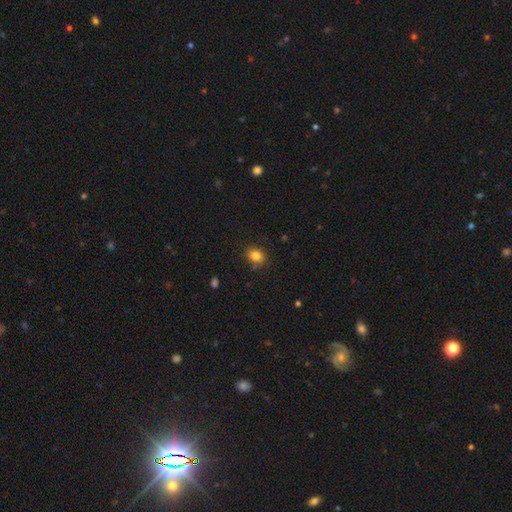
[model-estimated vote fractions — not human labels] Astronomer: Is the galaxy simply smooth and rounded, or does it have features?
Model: smooth — 83%.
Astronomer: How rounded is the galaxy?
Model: round — 52% (runner-up: in between, 47%).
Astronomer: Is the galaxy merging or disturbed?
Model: none — 83%.